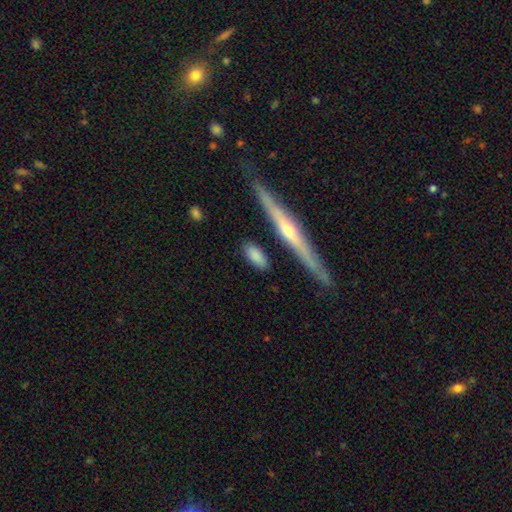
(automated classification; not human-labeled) Smooth or featured: smooth — 77% (featured or disk — 17%)
How rounded: in between — 75% (cigar-shaped — 20%)
Merging: none — 81% (minor disturbance — 13%)